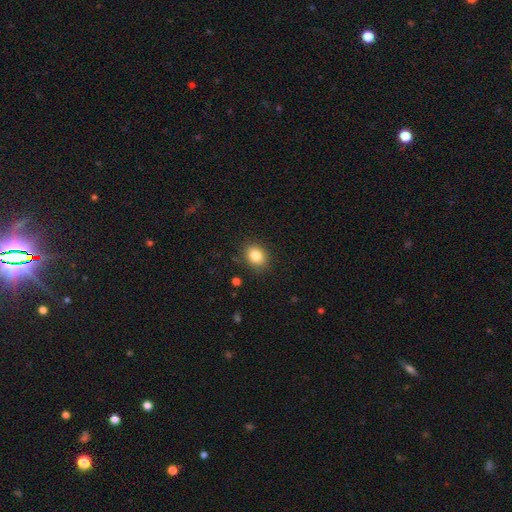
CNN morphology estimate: The model was most divided on "how rounded": in between: 52%, round: 47%, cigar-shaped: 1%. More confident: merging — none (86%); smooth or featured — smooth (83%).